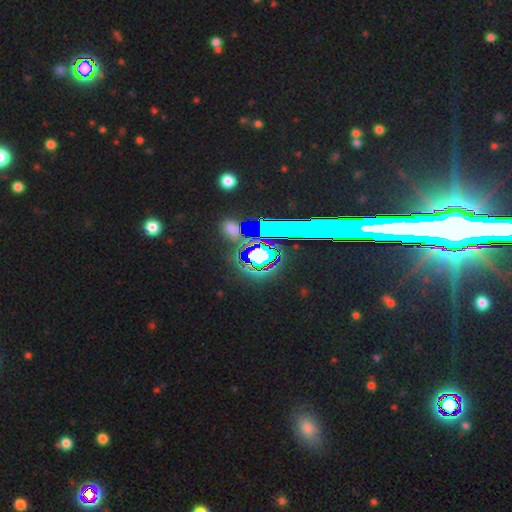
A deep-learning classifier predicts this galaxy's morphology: smooth-or-featured: star or artifact: 65% | smooth: 17% | featured or disk: 17%